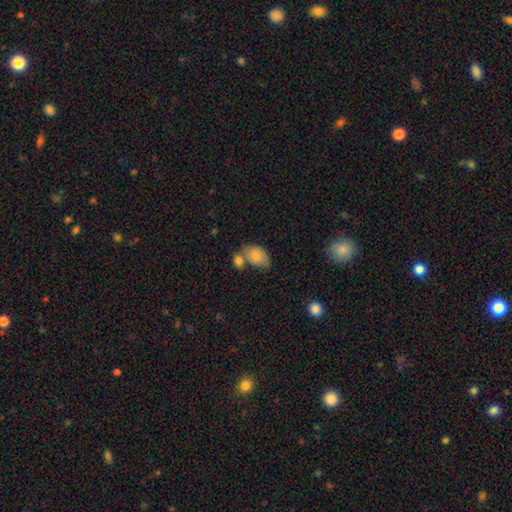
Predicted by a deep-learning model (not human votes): A smooth galaxy with no disk features (80%) that is in between round and cigar-shaped (84%). Merging: merger (42%).